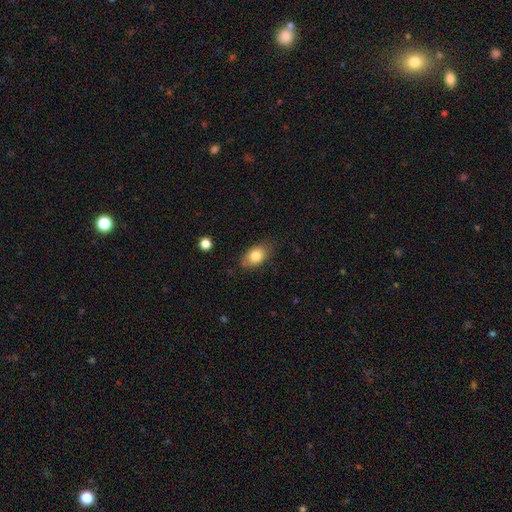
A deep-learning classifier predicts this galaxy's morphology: Smooth or featured: smooth — 82% (featured or disk — 10%)
How rounded: in between — 85% (round — 13%)
Merging: none — 77% (minor disturbance — 17%)